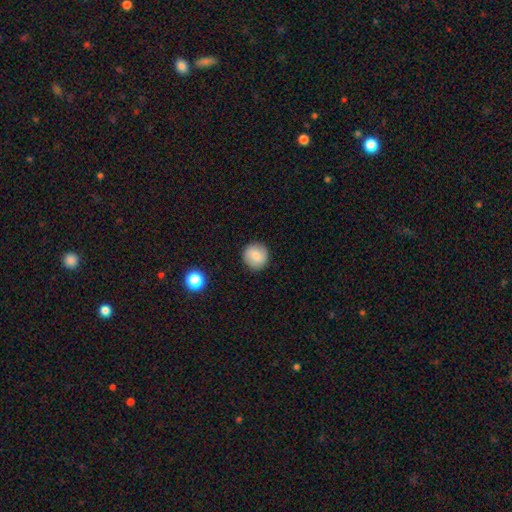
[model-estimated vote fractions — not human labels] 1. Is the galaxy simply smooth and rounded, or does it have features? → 82% smooth, 9% featured or disk, 8% star or artifact.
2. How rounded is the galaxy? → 94% round, 5% in between, 1% cigar-shaped.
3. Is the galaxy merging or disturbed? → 90% none, 7% minor disturbance, 2% major disturbance, 1% merger.